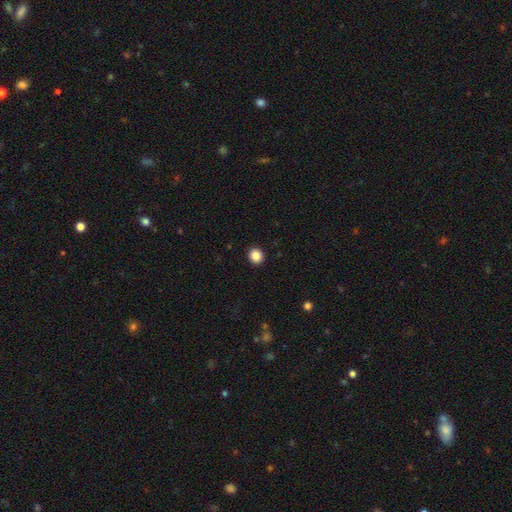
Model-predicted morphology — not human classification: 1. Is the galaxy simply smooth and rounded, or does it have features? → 86% smooth, 10% star or artifact, 4% featured or disk.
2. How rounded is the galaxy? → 88% round, 11% in between, 1% cigar-shaped.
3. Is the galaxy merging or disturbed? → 93% none, 4% minor disturbance, 2% major disturbance, 1% merger.